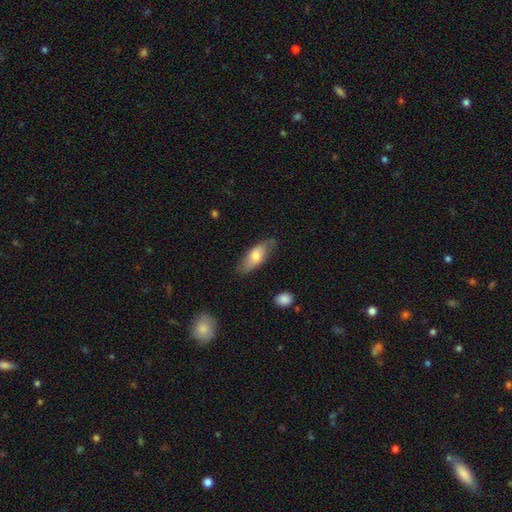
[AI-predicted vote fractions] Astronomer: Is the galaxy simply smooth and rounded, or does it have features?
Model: smooth — 66%.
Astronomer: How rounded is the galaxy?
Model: in between — 77%.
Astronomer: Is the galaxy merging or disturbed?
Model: none — 73%.